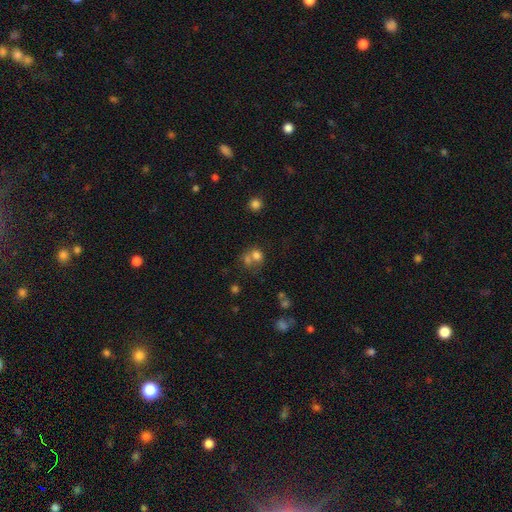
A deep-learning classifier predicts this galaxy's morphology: smooth-or-featured: smooth: 71% | star or artifact: 15% | featured or disk: 14%
  how-rounded: round: 65% | in between: 34% | cigar-shaped: 1%
  merging: merger: 51% | none: 34% | minor disturbance: 9% | major disturbance: 6%